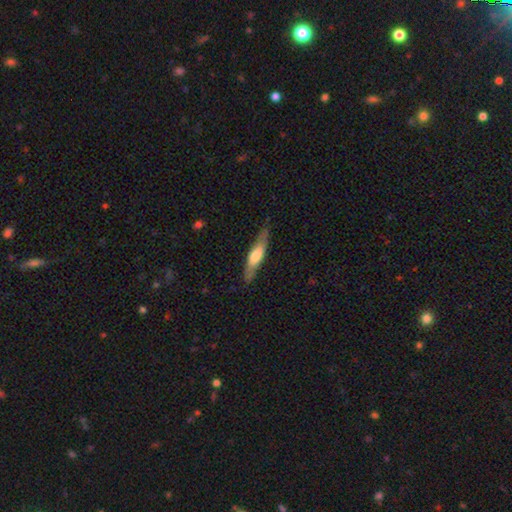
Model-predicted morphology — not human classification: Overall: smooth (53%; featured or disk 42%). How rounded: cigar-shaped (78%). Merging: none (79%).